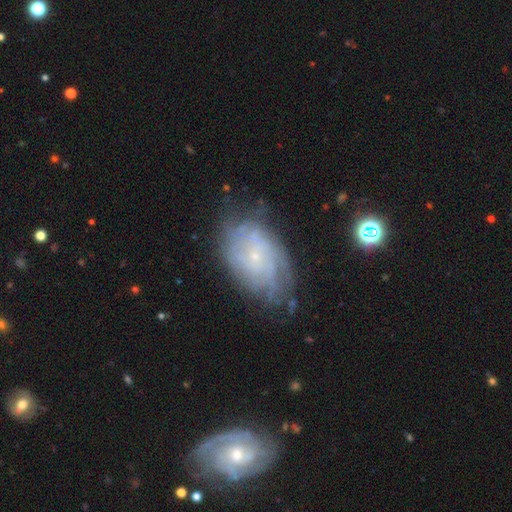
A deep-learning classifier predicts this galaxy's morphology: smooth_or_featured: featured or disk (p=0.74) [alt: smooth p=0.17]
disk_edge_on: no (p=0.95) [alt: yes p=0.05]
bar: no (p=0.78) [alt: weak p=0.19]
has_spiral_arms: yes (p=0.89) [alt: no p=0.11]
spiral_winding: tight (p=0.67) [alt: medium p=0.25]
spiral_arm_count: can't tell (p=0.52) [alt: 4 p=0.14]
bulge_size: small (p=0.86) [alt: moderate p=0.08]
merging: none (p=0.66) [alt: minor disturbance p=0.22]